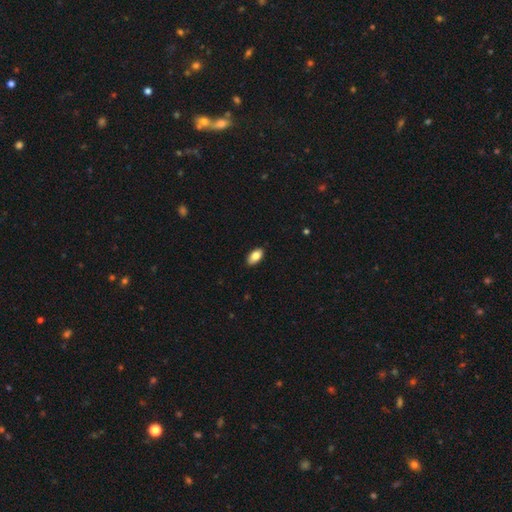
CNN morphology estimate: Smooth or featured?
  - smooth: 84% *
  - featured or disk: 10%
  - star or artifact: 7%
How rounded?
  - in between: 94% *
  - round: 4%
  - cigar-shaped: 3%
Merging?
  - none: 88% *
  - minor disturbance: 10%
  - major disturbance: 2%
  - merger: 1%